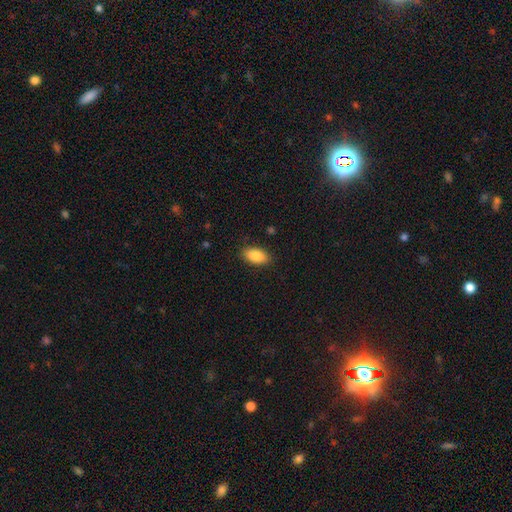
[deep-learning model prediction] Smooth or featured?
  - smooth: 88% *
  - star or artifact: 7%
  - featured or disk: 5%
How rounded?
  - in between: 93% *
  - cigar-shaped: 4%
  - round: 3%
Merging?
  - none: 88% *
  - minor disturbance: 9%
  - major disturbance: 2%
  - merger: 1%